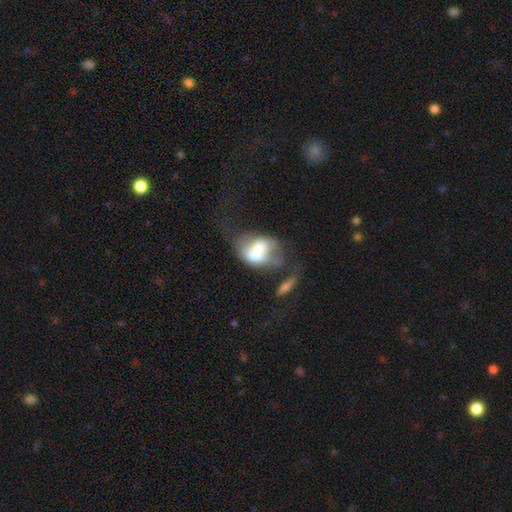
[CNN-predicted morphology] Smooth or featured?
  - smooth: 46% *
  - featured or disk: 45%
  - star or artifact: 9%
Merging?
  - merger: 51% *
  - major disturbance: 23%
  - none: 14%
  - minor disturbance: 12%